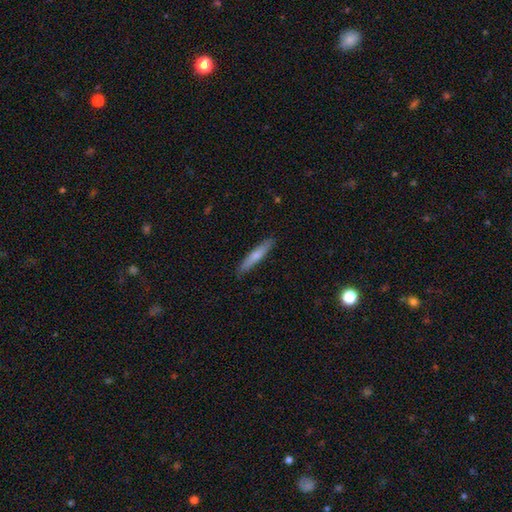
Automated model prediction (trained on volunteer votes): This is likely a smooth galaxy (63%). How rounded: clearly cigar-shaped (92%). Merging: clearly none (89%).